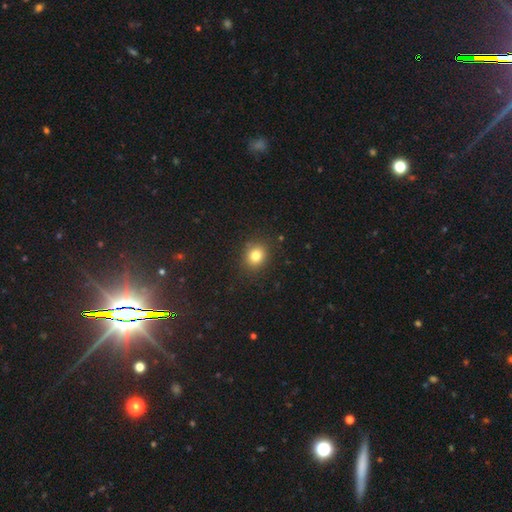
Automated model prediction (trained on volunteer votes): Overall: smooth (81%). How rounded: round (75%). Merging: none (88%).